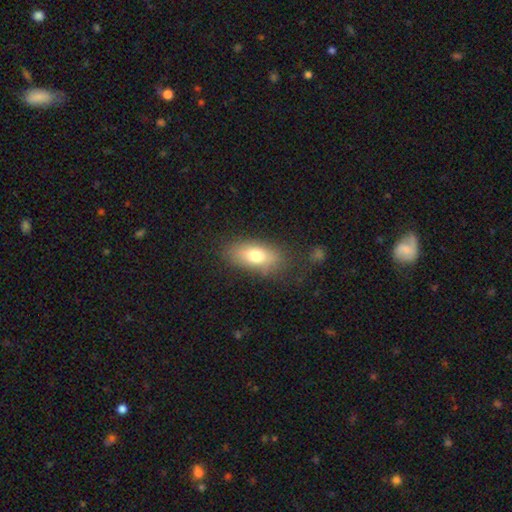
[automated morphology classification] smooth-or-featured: smooth: 75% | featured or disk: 17% | star or artifact: 9%
  how-rounded: in between: 85% | cigar-shaped: 8% | round: 6%
  merging: none: 78% | minor disturbance: 14% | major disturbance: 5% | merger: 2%